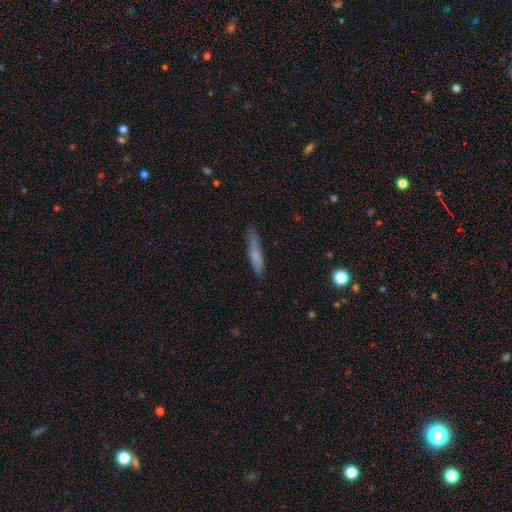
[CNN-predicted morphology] Smooth or featured? Predicted: smooth (p=0.62). How rounded? Predicted: cigar-shaped (p=0.88). Merging? Predicted: none (p=0.81).